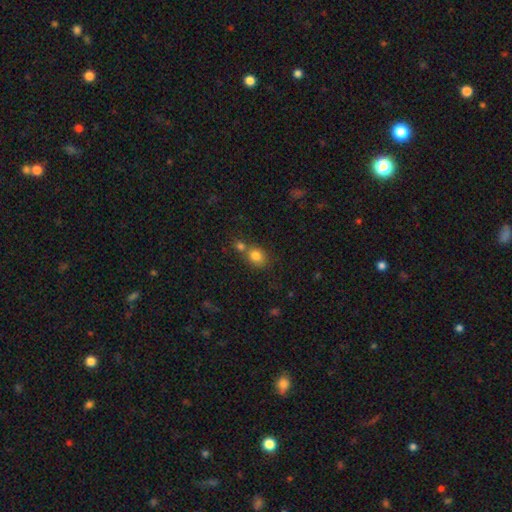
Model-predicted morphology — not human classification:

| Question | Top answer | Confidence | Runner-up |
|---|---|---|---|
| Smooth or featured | smooth | 81% | star or artifact (11%) |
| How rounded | round | 63% | in between (36%) |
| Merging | none | 51% | merger (35%) |